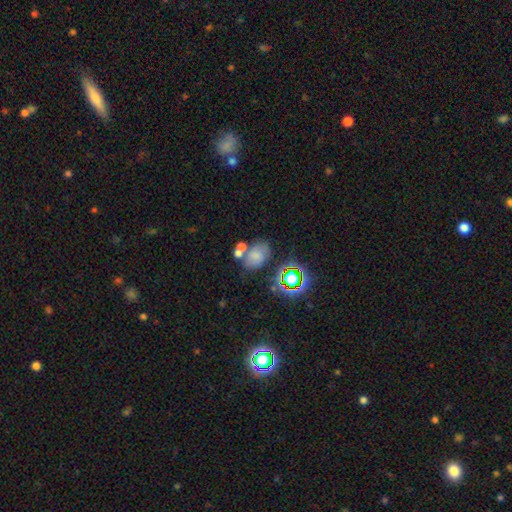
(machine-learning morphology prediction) smooth 65%, star or artifact 20%, featured or disk 16%. Down the decision tree: how rounded — in between (73%); merging — none (52%).